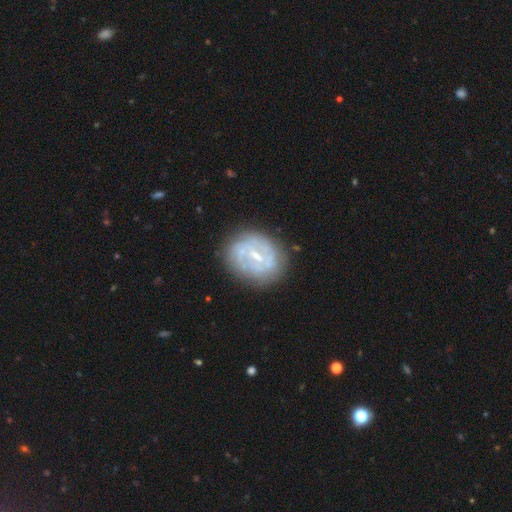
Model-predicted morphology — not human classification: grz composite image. It shows a featured or disk galaxy (70%) with a weak bar (46%), spiral arms (57%) and a small central bulge (57%). Merging: none (76%).